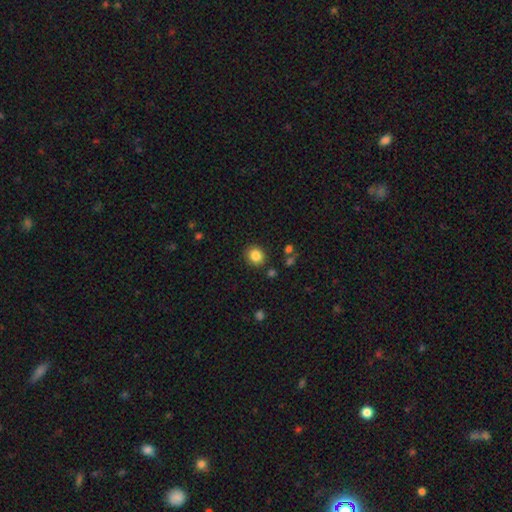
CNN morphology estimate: The model was most divided on "how rounded": round: 78%, in between: 21%, cigar-shaped: 1%. More confident: merging — none (88%); smooth or featured — smooth (85%).